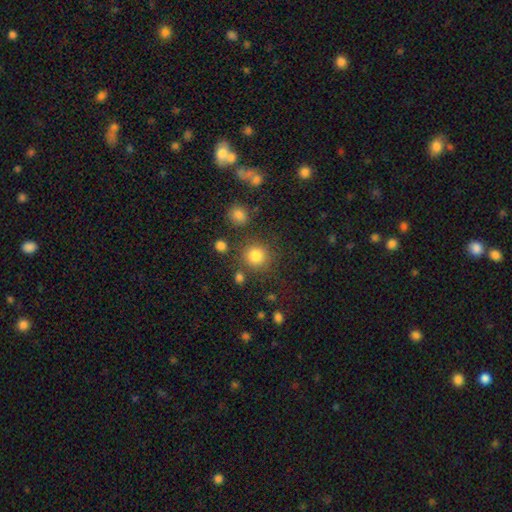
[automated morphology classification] smooth-or-featured: smooth: 81% | star or artifact: 13% | featured or disk: 6%
  how-rounded: round: 92% | in between: 8% | cigar-shaped: 1%
  merging: none: 79% | minor disturbance: 9% | merger: 7% | major disturbance: 5%